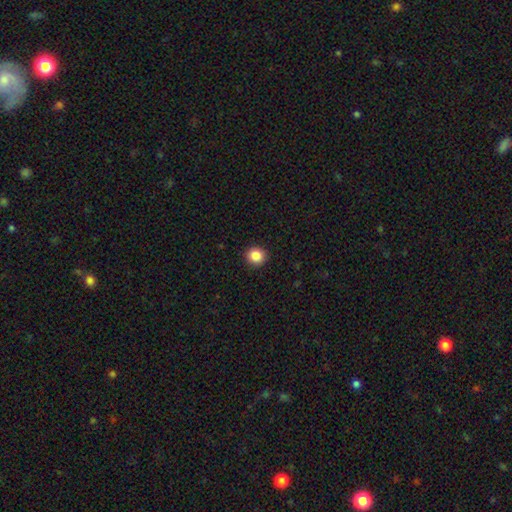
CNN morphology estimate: This appears to be a smooth galaxy with no disk features (86%) that is round (92%). Merging: none (93%).